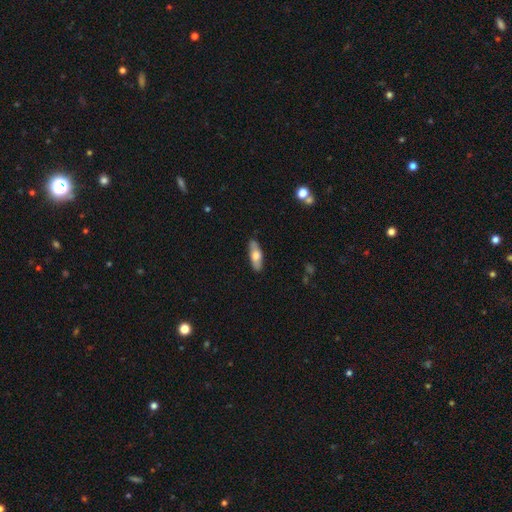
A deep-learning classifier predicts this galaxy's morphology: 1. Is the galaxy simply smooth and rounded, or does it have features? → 63% smooth, 31% featured or disk, 6% star or artifact.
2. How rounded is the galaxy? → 60% in between, 37% cigar-shaped, 2% round.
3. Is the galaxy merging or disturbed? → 86% none, 11% minor disturbance, 2% major disturbance, 1% merger.